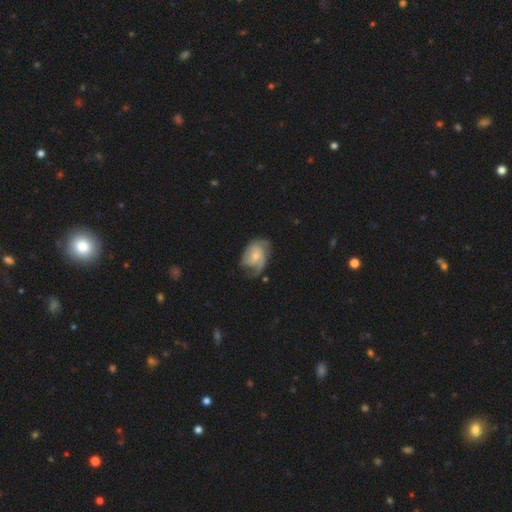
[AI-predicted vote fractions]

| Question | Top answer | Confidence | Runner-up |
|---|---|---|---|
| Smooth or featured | featured or disk | 67% | smooth (27%) |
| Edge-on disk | no | 97% | yes (3%) |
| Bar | no | 67% | weak (29%) |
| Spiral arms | yes | 89% | no (11%) |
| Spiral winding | medium | 43% | tight (33%) |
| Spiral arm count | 2 | 46% | can't tell (21%) |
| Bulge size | small | 53% | moderate (37%) |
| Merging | none | 50% | minor disturbance (29%) |